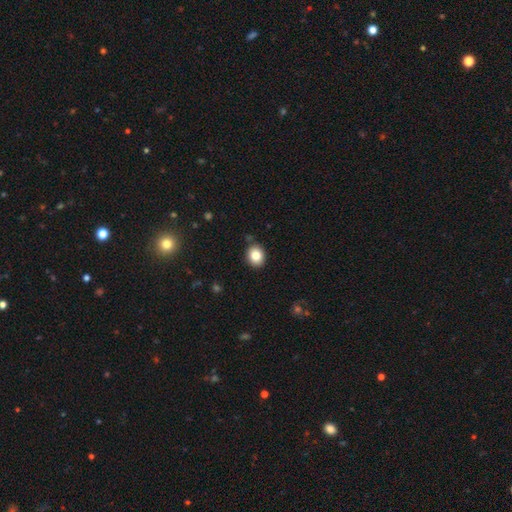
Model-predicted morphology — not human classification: type=smooth (83%); roundness=round (62%); merging=none (87%).